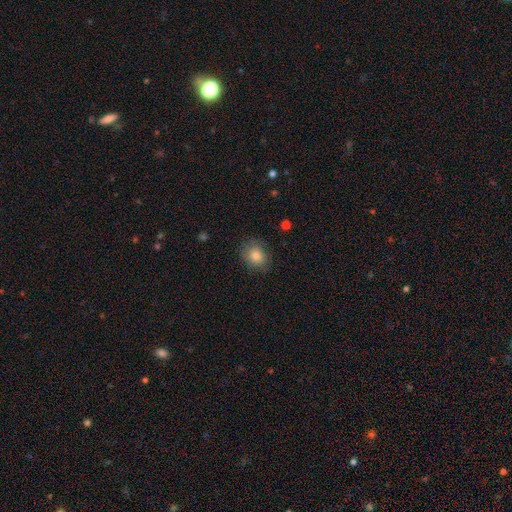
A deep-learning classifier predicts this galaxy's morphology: This appears to be a smooth galaxy with no disk features (83%) that is round (60%). Merging: none (82%).